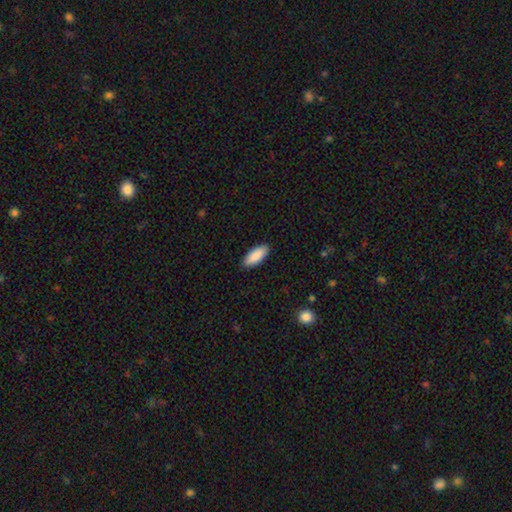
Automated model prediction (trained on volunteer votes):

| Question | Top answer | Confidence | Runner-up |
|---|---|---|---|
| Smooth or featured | smooth | 89% | star or artifact (5%) |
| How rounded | in between | 79% | cigar-shaped (20%) |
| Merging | none | 89% | minor disturbance (8%) |